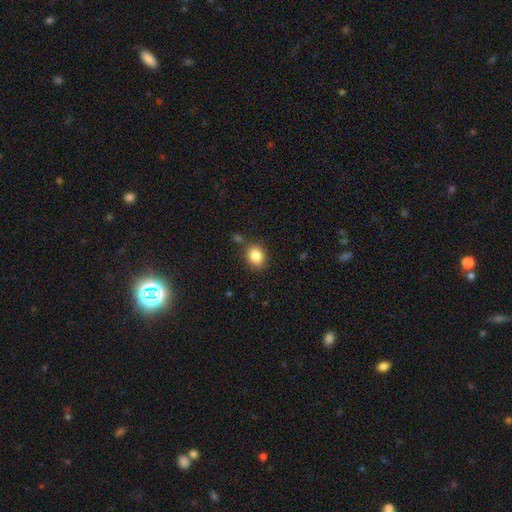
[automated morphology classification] Smooth or featured?
  - smooth: 85% *
  - star or artifact: 9%
  - featured or disk: 6%
How rounded?
  - round: 55% *
  - in between: 44%
  - cigar-shaped: 1%
Merging?
  - none: 80% *
  - minor disturbance: 11%
  - merger: 6%
  - major disturbance: 3%